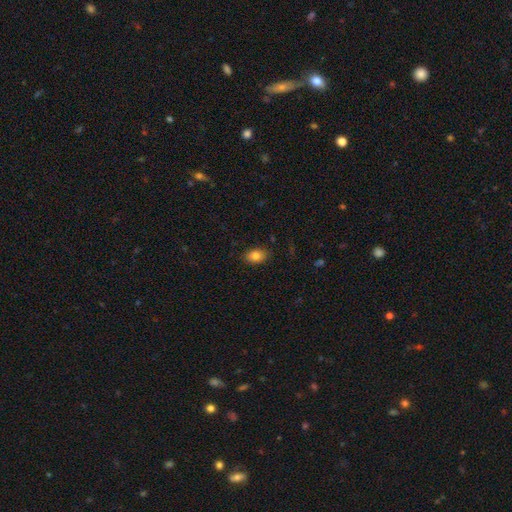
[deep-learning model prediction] Smooth or featured? smooth (83%)
How rounded? in between (85%)
Merging? none (86%)